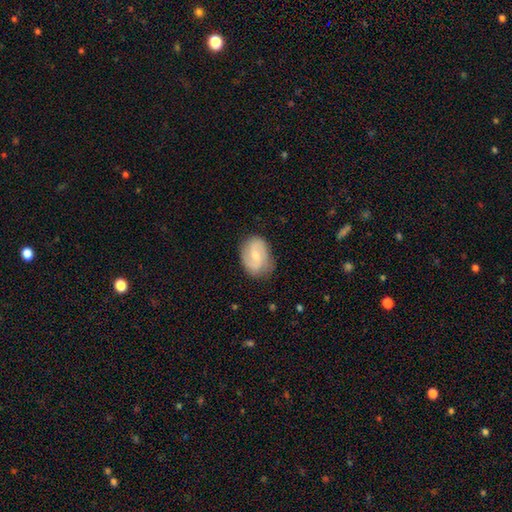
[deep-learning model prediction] Smooth or featured: featured or disk — 69% (smooth — 26%)
Edge-on disk: no — 97% (yes — 3%)
Bar: weak — 54% (no — 35%)
Spiral arms: yes — 93% (no — 7%)
Spiral winding: medium — 49% (tight — 27%)
Spiral arm count: 2 — 87% (can't tell — 7%)
Bulge size: small — 49% (moderate — 41%)
Merging: none — 77% (minor disturbance — 17%)